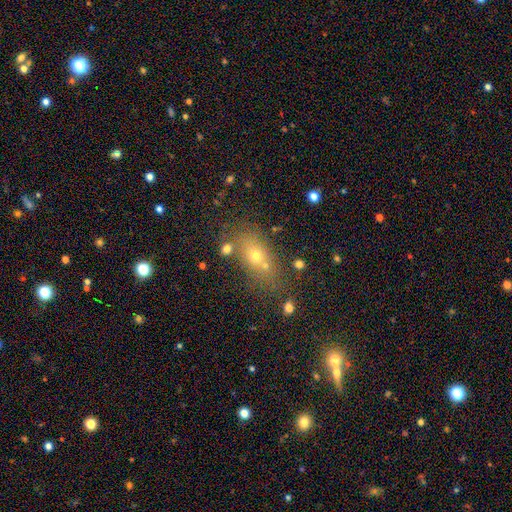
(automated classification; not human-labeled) This is possibly a smooth galaxy (59%). How rounded: likely in between (65%). Merging: possibly none (59%).